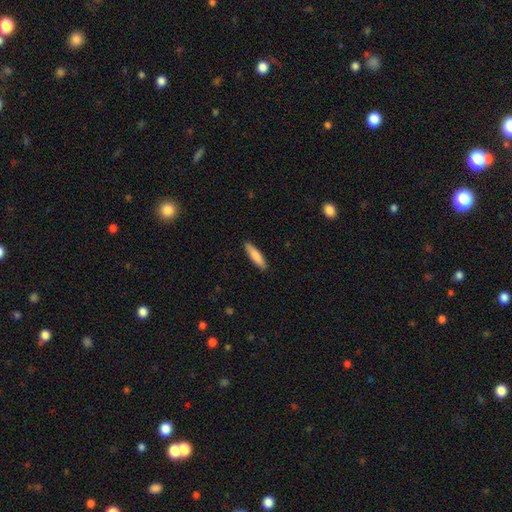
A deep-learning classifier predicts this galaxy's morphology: smooth-or-featured: smooth: 83% | featured or disk: 11% | star or artifact: 5%
  how-rounded: cigar-shaped: 72% | in between: 26% | round: 1%
  merging: none: 89% | minor disturbance: 8% | major disturbance: 2% | merger: 1%